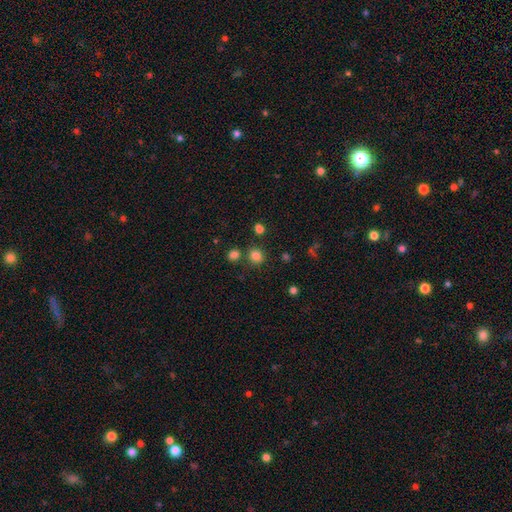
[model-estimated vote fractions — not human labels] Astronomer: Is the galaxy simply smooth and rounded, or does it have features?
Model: smooth — 81%.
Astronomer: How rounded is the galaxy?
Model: round — 84%.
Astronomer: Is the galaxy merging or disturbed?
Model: none — 78%.